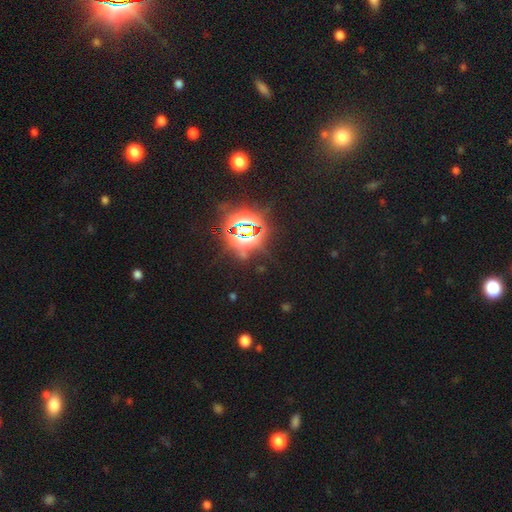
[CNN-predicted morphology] The model was most divided on "smooth or featured": star or artifact: 83%, smooth: 10%, featured or disk: 7%.